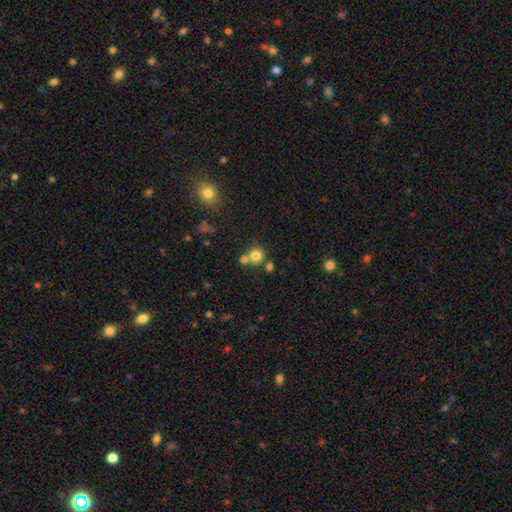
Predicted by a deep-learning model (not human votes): smooth 79%, star or artifact 13%, featured or disk 8%. Down the decision tree: how rounded — round (91%); merging — none (60%).